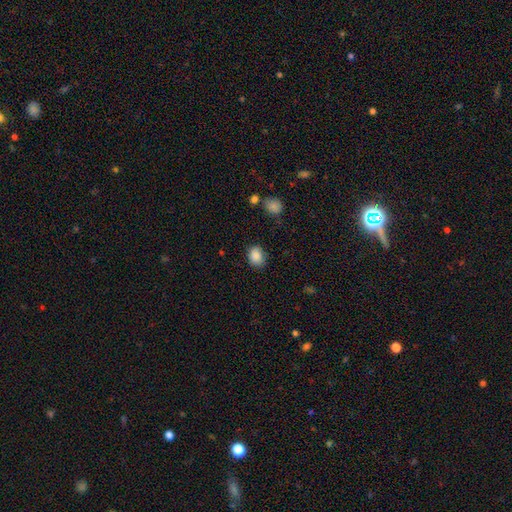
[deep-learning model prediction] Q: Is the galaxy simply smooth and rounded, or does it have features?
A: smooth — 88%.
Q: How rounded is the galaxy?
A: in between — 57%.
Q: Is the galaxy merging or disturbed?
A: none — 80%.